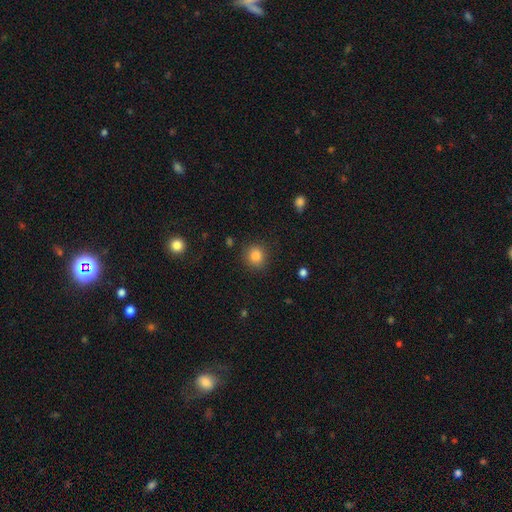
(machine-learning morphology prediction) type=smooth (84%); roundness=round (85%); merging=none (87%).